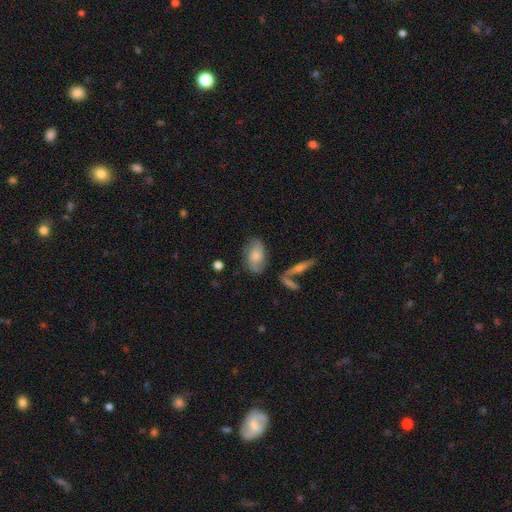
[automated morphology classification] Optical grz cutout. It shows a smooth galaxy with no disk features (48%). Merging: none (68%).